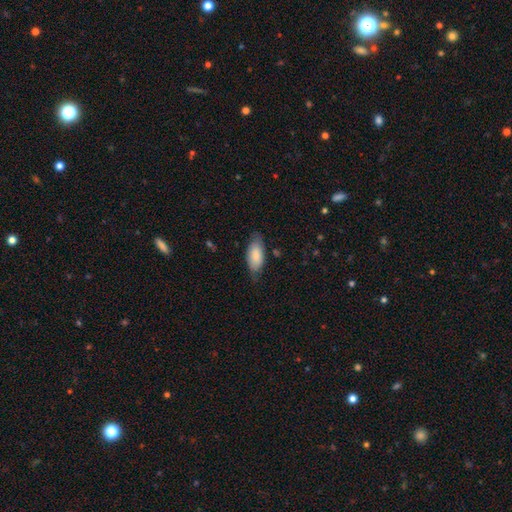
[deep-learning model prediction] Smooth or featured? Predicted: smooth (p=0.83). How rounded? Predicted: in between (p=0.87). Merging? Predicted: none (p=0.71).